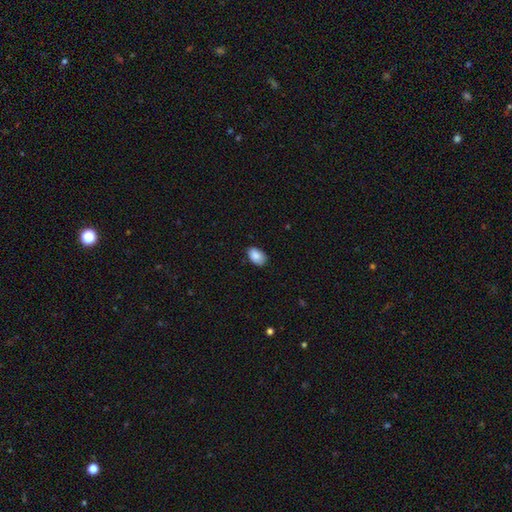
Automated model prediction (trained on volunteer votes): Overall: smooth (88%). How rounded: in between (91%). Merging: none (80%).